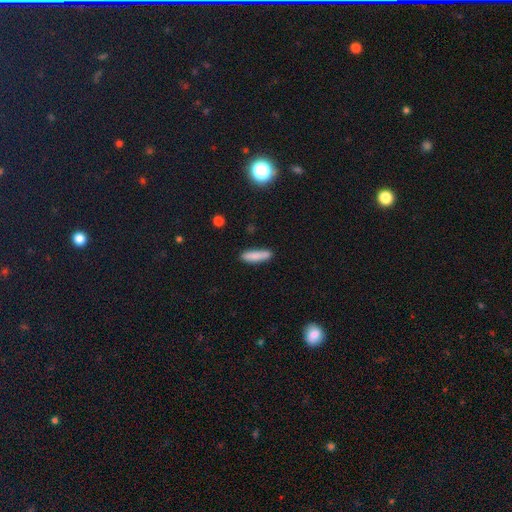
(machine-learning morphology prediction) type=smooth (84%); roundness=cigar-shaped (70%); merging=none (81%).